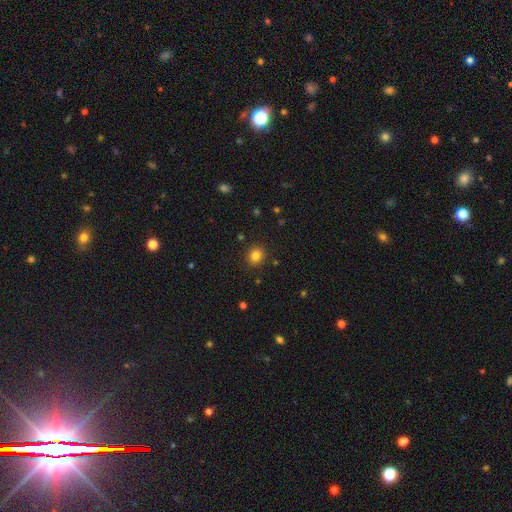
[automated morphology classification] smooth-or-featured: smooth: 81% | star or artifact: 13% | featured or disk: 6%
  how-rounded: round: 84% | in between: 16% | cigar-shaped: 1%
  merging: none: 90% | minor disturbance: 7% | major disturbance: 2% | merger: 1%